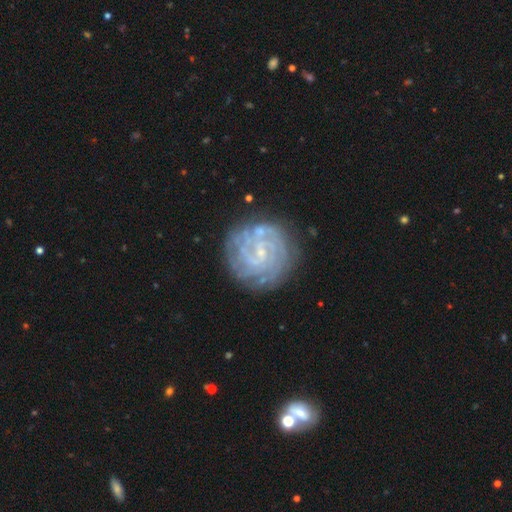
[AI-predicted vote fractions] This is likely a featured or disk galaxy (75%). It is clearly not viewed edge-on (97%). Bar: marginally weak (44%). Spiral arm pattern: clearly yes (87%). Spiral arm count: marginally can't tell (40%). Spiral winding: likely tight (71%). Central bulge: likely small (75%). Merging: likely none (79%).